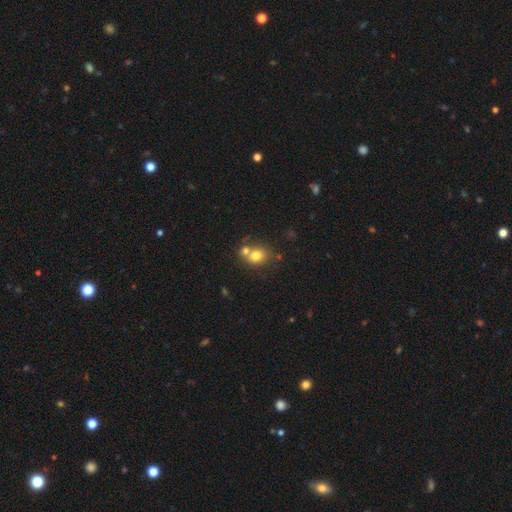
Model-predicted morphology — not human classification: Smooth or featured? smooth (75%)
How rounded? round (65%)
Merging? none (45%)